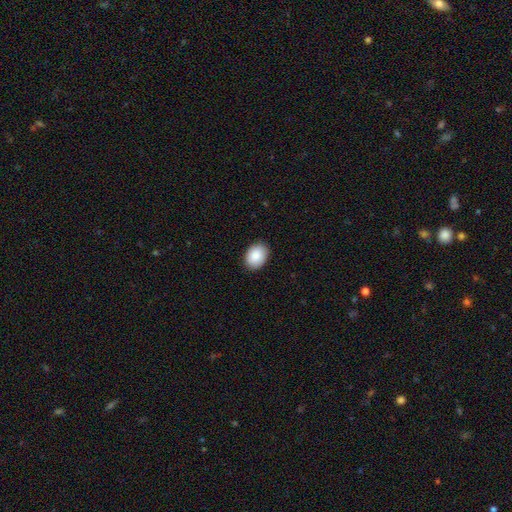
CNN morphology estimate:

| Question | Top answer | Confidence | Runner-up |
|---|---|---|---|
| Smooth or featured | smooth | 90% | star or artifact (7%) |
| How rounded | in between | 72% | round (27%) |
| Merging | none | 89% | minor disturbance (8%) |